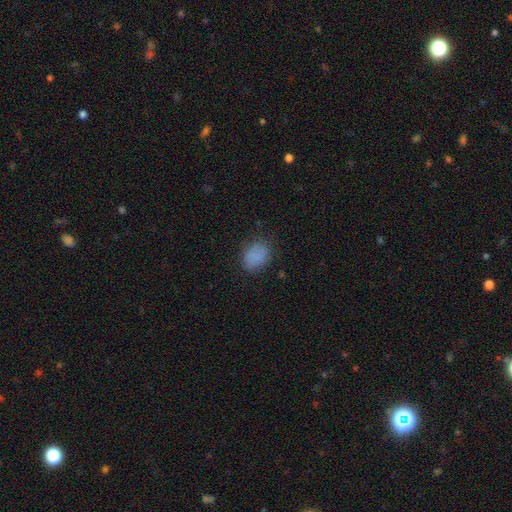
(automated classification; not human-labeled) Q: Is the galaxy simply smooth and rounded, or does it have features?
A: smooth — 83%.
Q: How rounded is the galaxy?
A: in between — 54%.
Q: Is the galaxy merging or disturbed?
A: none — 77%.